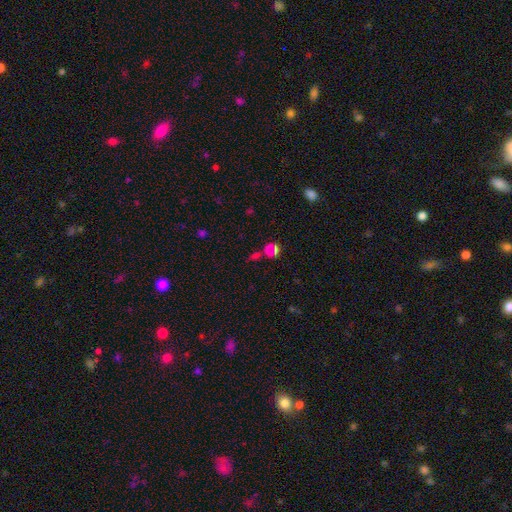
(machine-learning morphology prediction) Smooth or featured: smooth — 45% (tied with star or artifact — 45%)
Merging: none — 61% (merger — 22%)